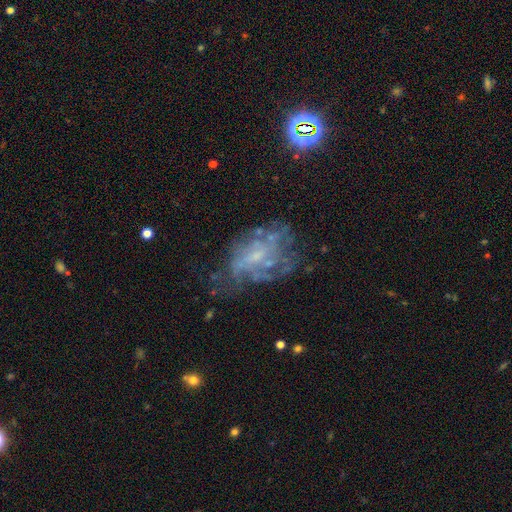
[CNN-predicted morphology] type=featured or disk (66%); edge-on=no (97%); bar=no (67%); spiral arms=yes (51%); bulge=small (49%); merging=none (48%).